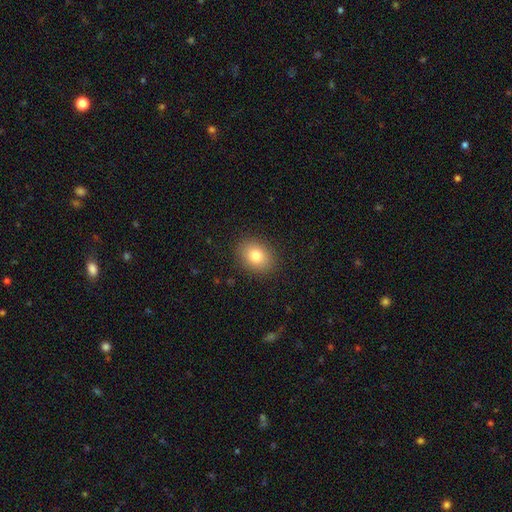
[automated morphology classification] Q: Smooth or featured?
A: smooth (80%); runner-up: star or artifact (10%)
Q: How rounded?
A: in between (53%); runner-up: round (46%)
Q: Merging?
A: none (89%); runner-up: minor disturbance (8%)